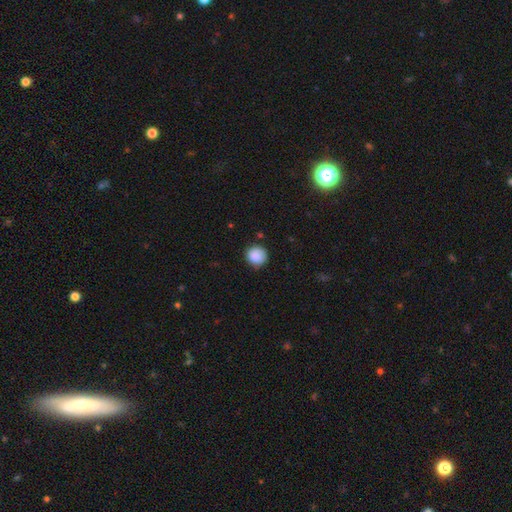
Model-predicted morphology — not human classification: Q: Smooth or featured?
A: smooth (88%); runner-up: star or artifact (9%)
Q: How rounded?
A: round (93%); runner-up: in between (7%)
Q: Merging?
A: none (83%); runner-up: minor disturbance (13%)